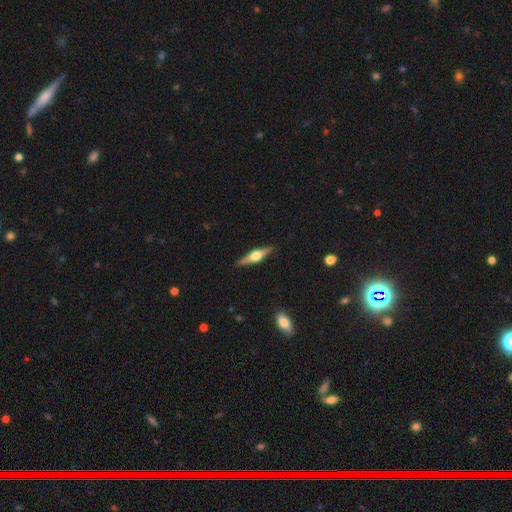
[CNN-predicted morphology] Smooth or featured? Predicted: featured or disk (p=0.71). Edge-on disk? Predicted: yes (p=0.97). Edge-on bulge? Predicted: rounded (p=0.94). Merging? Predicted: none (p=0.90).